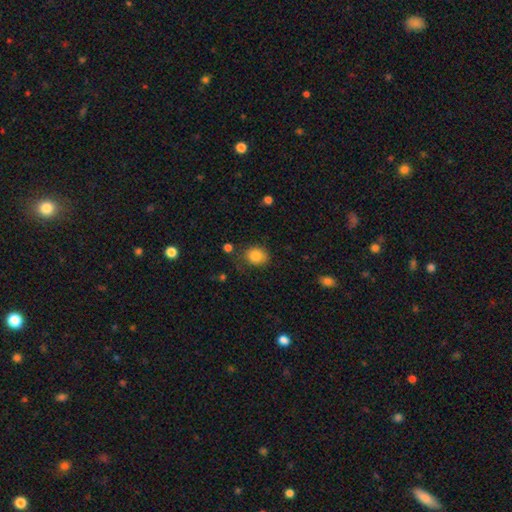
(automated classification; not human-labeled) smooth_or_featured: smooth (p=0.84) [alt: star or artifact p=0.09]
how_rounded: round (p=0.57) [alt: in between p=0.42]
merging: none (p=0.69) [alt: minor disturbance p=0.21]